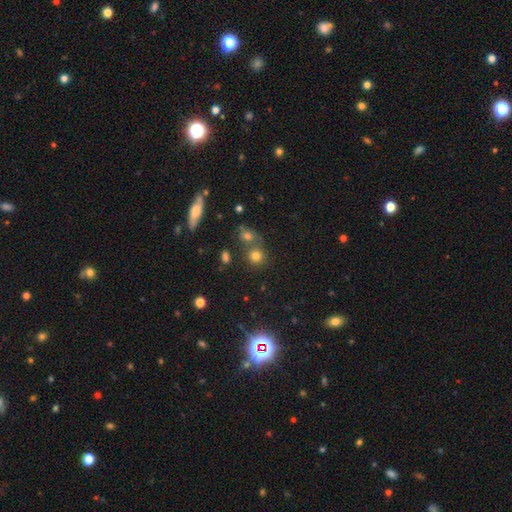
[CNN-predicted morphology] Q: Smooth or featured?
A: smooth (75%); runner-up: star or artifact (17%)
Q: How rounded?
A: round (84%); runner-up: in between (14%)
Q: Merging?
A: none (61%); runner-up: merger (25%)